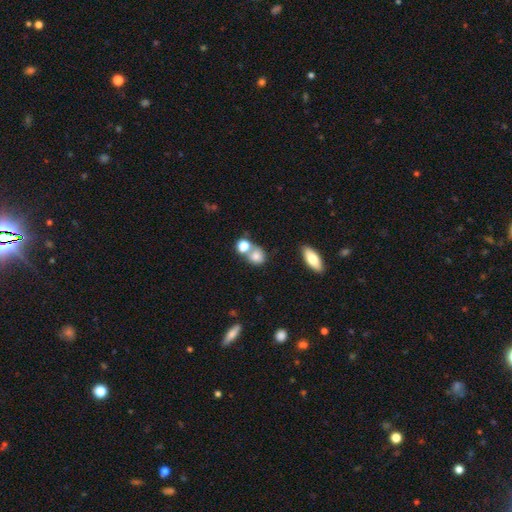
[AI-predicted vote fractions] Smooth or featured? smooth (79%)
How rounded? round (66%)
Merging? merger (45%)